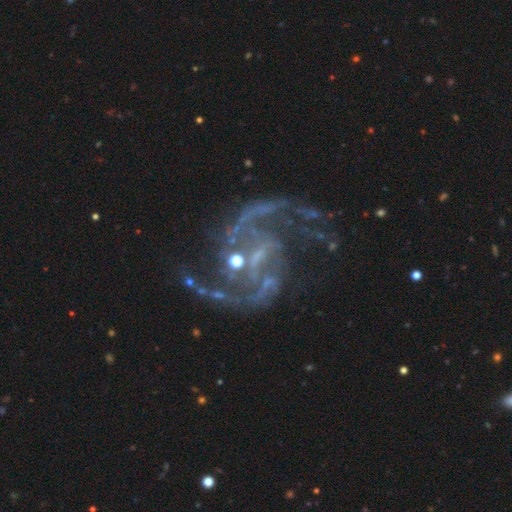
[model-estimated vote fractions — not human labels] Smooth or featured? Predicted: featured or disk (p=0.91). Edge-on disk? Predicted: no (p=0.98). Bar? Predicted: weak (p=0.45). Spiral arms? Predicted: yes (p=0.98). Spiral winding? Predicted: medium (p=0.51). Spiral arm count? Predicted: 2 (p=0.85). Bulge size? Predicted: small (p=0.66). Merging? Predicted: none (p=0.59).